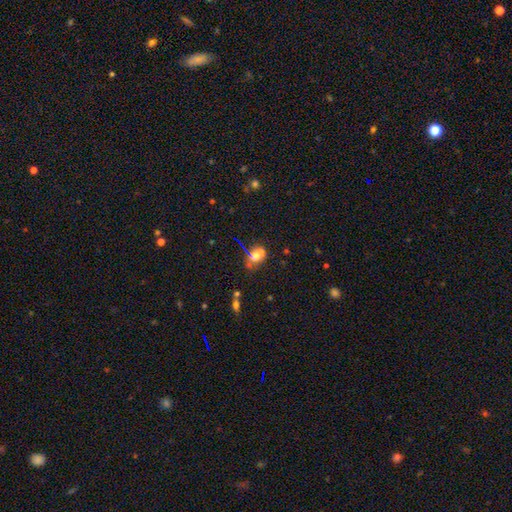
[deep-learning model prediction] Q: Smooth or featured?
A: smooth (59%); runner-up: featured or disk (21%)
Q: How rounded?
A: round (52%); runner-up: in between (46%)
Q: Merging?
A: merger (40%); runner-up: none (38%)